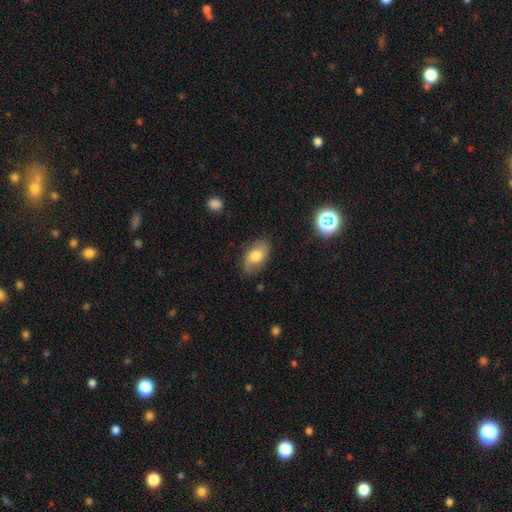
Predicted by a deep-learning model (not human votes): smooth 65%, featured or disk 26%, star or artifact 9%. Down the decision tree: how rounded — in between (90%); merging — none (79%).